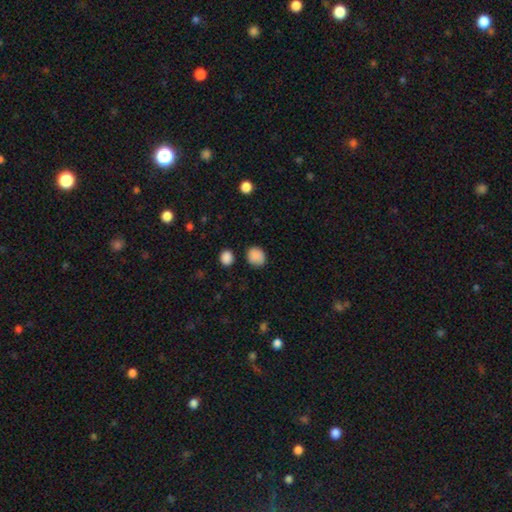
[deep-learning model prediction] A smooth galaxy with no disk features (86%) that is round (70%). Merging: none (81%).